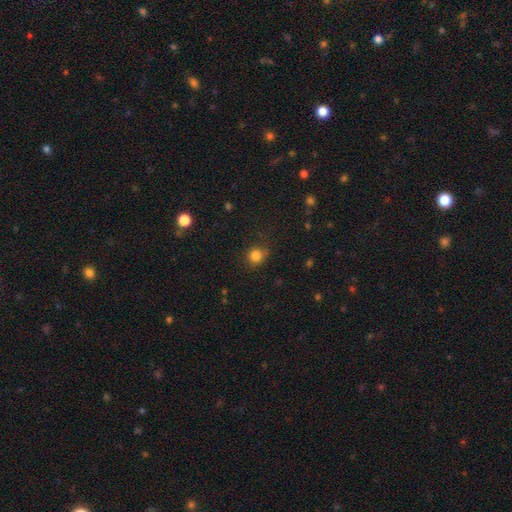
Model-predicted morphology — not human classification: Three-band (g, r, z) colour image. It shows a smooth galaxy with no disk features (83%) that is round (86%). Merging: none (76%).